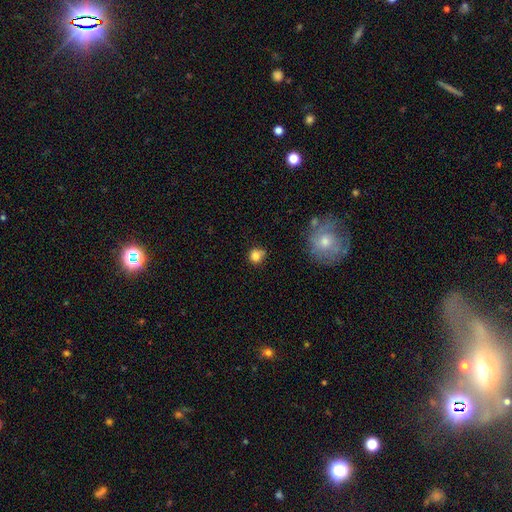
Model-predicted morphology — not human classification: Smooth or featured: smooth — 81% (star or artifact — 11%)
How rounded: round — 84% (in between — 15%)
Merging: none — 62% (minor disturbance — 23%)